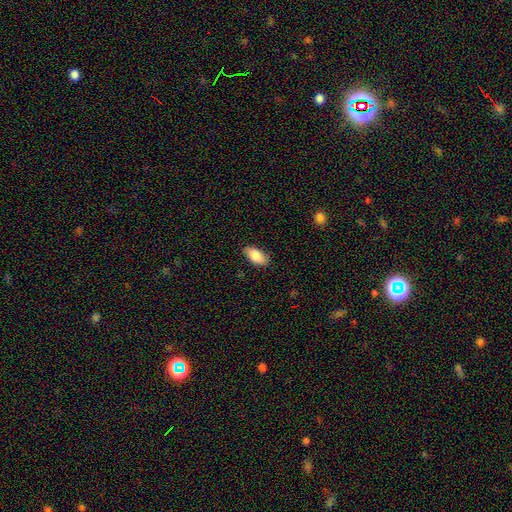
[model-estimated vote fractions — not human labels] smooth 86%, featured or disk 8%, star or artifact 6%. Down the decision tree: how rounded — in between (93%); merging — none (85%).